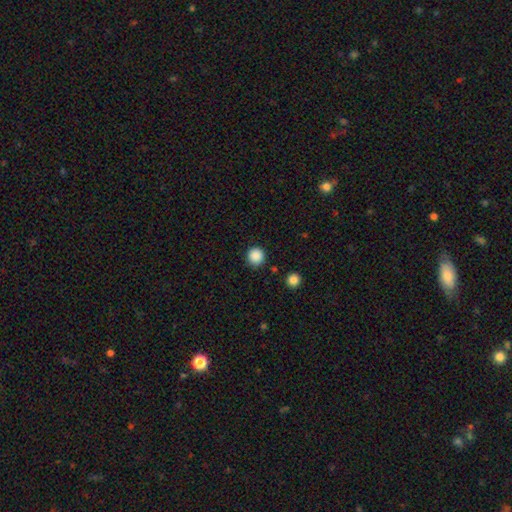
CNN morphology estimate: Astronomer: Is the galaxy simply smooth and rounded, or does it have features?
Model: smooth — 88%.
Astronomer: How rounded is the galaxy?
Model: round — 95%.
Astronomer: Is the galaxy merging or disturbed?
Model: none — 91%.